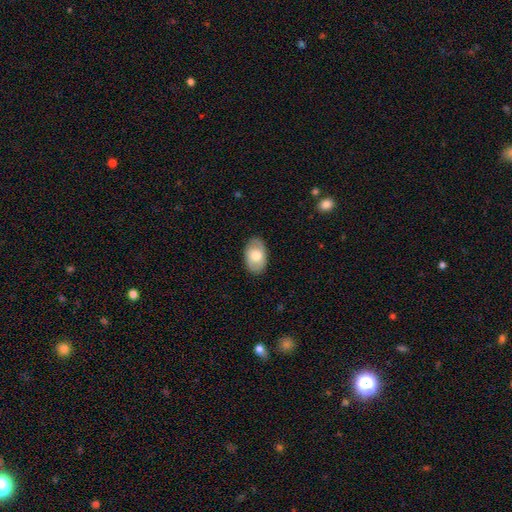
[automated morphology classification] smooth 61%, featured or disk 33%, star or artifact 6%. Down the decision tree: how rounded — in between (91%); merging — none (85%).